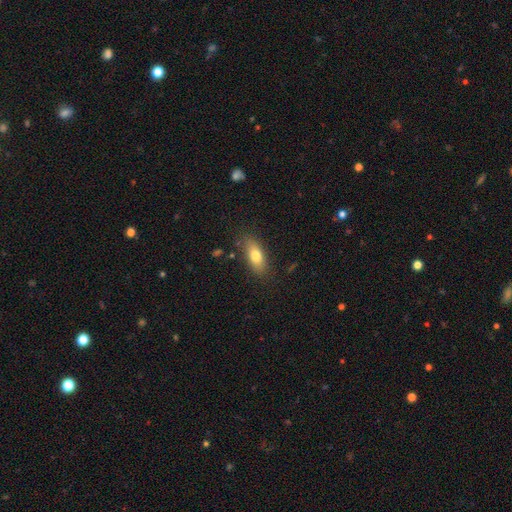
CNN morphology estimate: smooth_or_featured: smooth (p=0.75) [alt: featured or disk p=0.17]
how_rounded: in between (p=0.78) [alt: cigar-shaped p=0.17]
merging: none (p=0.81) [alt: minor disturbance p=0.13]